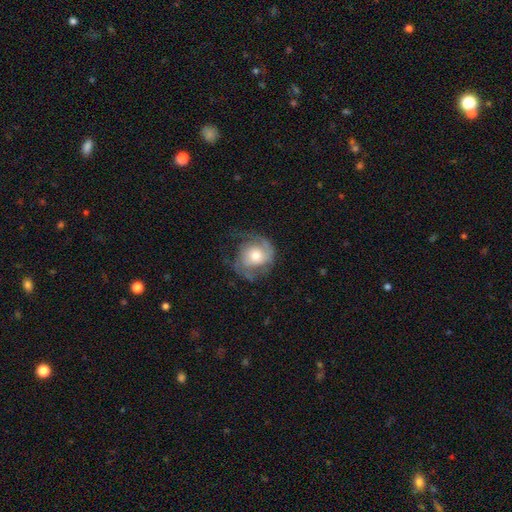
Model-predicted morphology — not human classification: featured or disk 67%, smooth 27%, star or artifact 6%. Down the decision tree: edge-on disk — no (97%); bar — no (71%); spiral arms — yes (87%); spiral arm count — 2 (66%); spiral winding — medium (43%); bulge size — moderate (63%); merging — none (57%).